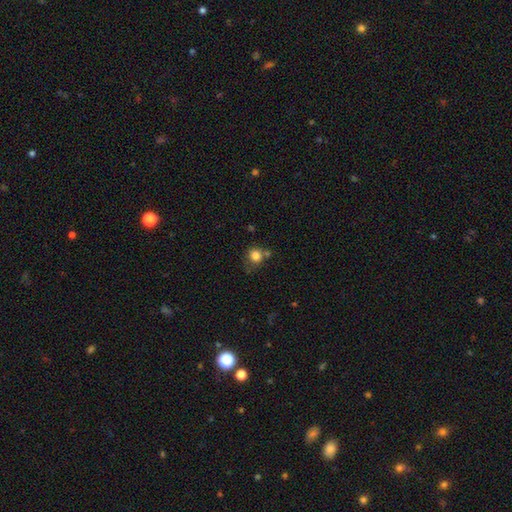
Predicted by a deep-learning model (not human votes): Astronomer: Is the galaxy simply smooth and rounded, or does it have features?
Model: smooth — 82%.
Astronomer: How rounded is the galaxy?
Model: round — 84%.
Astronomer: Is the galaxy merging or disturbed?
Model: none — 57%.